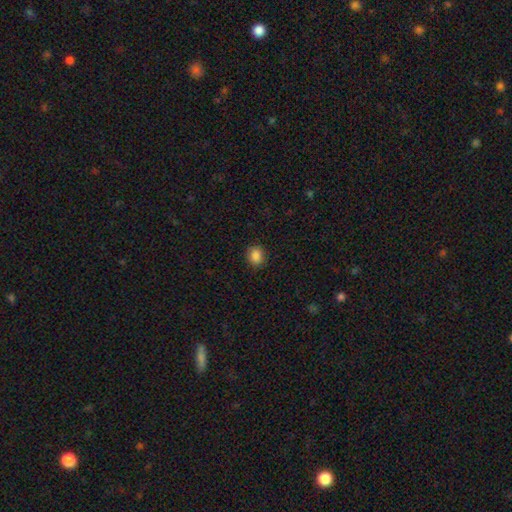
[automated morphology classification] This is clearly a smooth galaxy (87%). How rounded: possibly round (57%). Merging: clearly none (89%).